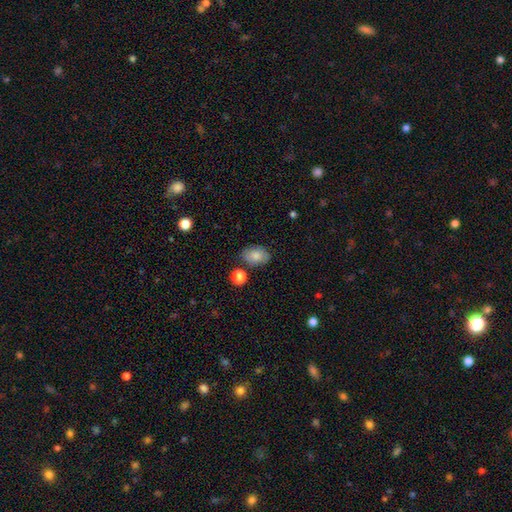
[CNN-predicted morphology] Smooth or featured? Predicted: smooth (p=0.79). How rounded? Predicted: in between (p=0.79). Merging? Predicted: none (p=0.76).